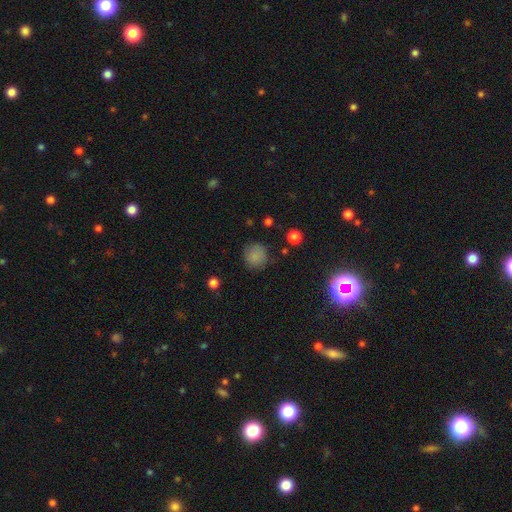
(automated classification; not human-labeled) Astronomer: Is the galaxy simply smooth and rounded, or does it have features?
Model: smooth — 83%.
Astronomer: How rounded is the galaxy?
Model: round — 91%.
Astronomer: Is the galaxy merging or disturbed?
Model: none — 81%.